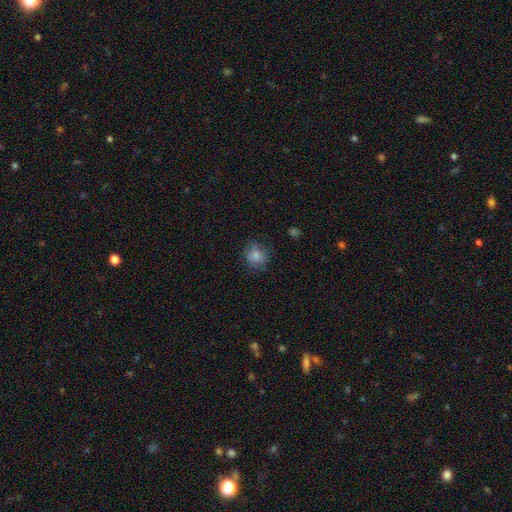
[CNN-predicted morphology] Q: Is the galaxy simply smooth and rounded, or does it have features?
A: smooth — 83%.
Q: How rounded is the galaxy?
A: round — 84%.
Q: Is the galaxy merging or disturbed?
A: none — 75%.